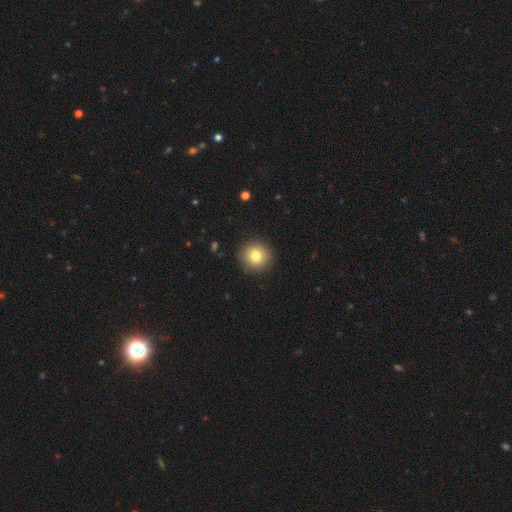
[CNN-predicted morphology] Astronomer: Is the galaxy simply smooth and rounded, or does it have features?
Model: smooth — 81%.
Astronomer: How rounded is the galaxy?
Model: round — 93%.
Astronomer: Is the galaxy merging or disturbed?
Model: none — 91%.